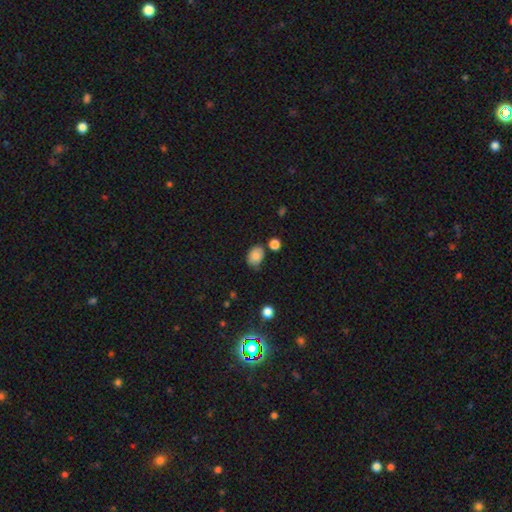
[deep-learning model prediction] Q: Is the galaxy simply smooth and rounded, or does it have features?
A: smooth — 81%.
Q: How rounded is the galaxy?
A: in between — 65%.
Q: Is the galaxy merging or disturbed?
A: none — 65%.